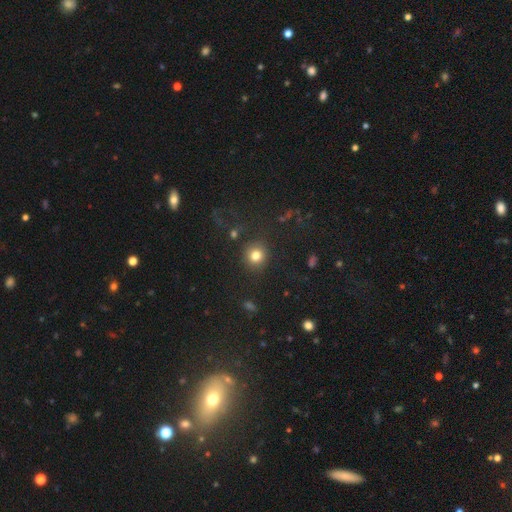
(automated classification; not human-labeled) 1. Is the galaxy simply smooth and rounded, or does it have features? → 81% smooth, 13% star or artifact, 6% featured or disk.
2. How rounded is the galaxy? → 89% round, 10% in between, 1% cigar-shaped.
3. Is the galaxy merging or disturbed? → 85% none, 8% minor disturbance, 4% major disturbance, 3% merger.